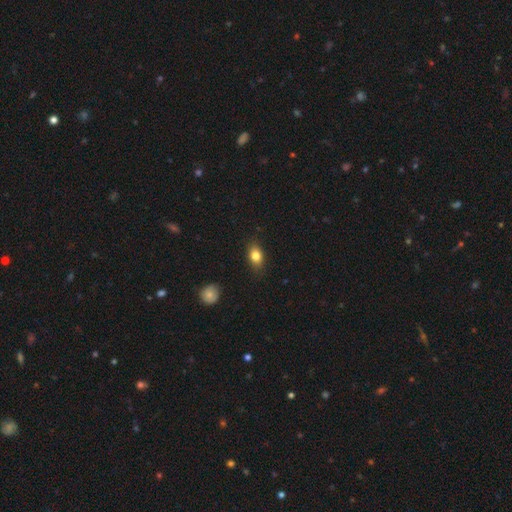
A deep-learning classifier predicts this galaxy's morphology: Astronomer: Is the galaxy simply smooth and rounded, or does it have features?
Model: smooth — 82%.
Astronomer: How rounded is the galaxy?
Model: in between — 78%.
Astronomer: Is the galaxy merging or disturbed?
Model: none — 83%.